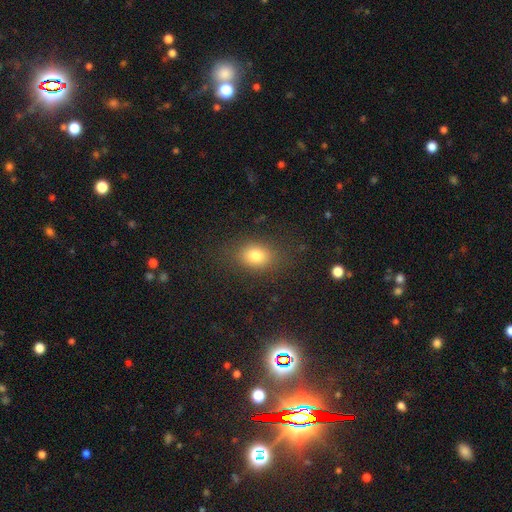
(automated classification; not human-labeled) smooth-or-featured: smooth: 79% | star or artifact: 12% | featured or disk: 9%
  how-rounded: in between: 66% | round: 33% | cigar-shaped: 2%
  merging: none: 81% | minor disturbance: 13% | major disturbance: 5% | merger: 1%